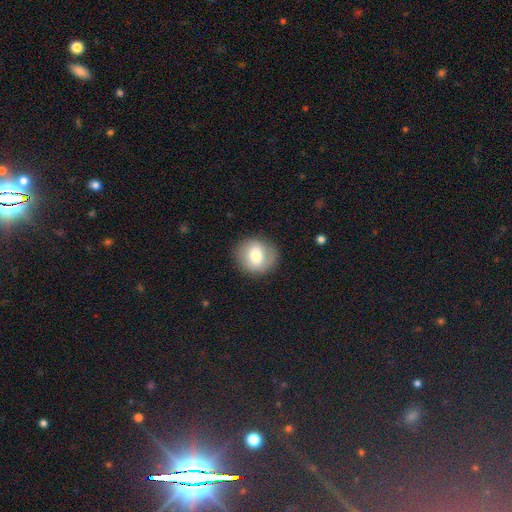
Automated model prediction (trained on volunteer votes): Smooth or featured? Predicted: smooth (p=0.68). How rounded? Predicted: round (p=0.80). Merging? Predicted: none (p=0.84).